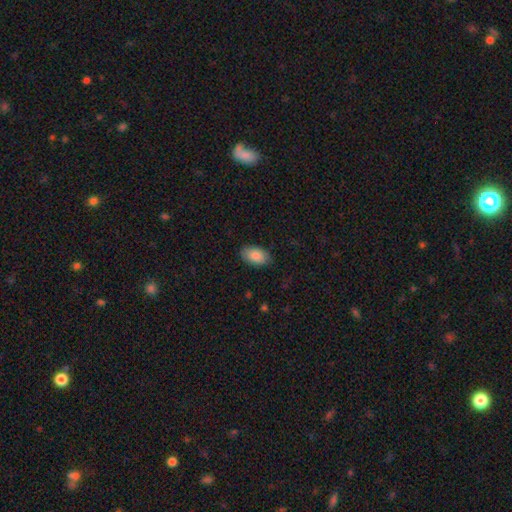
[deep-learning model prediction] Smooth or featured? smooth (86%)
How rounded? in between (93%)
Merging? none (85%)